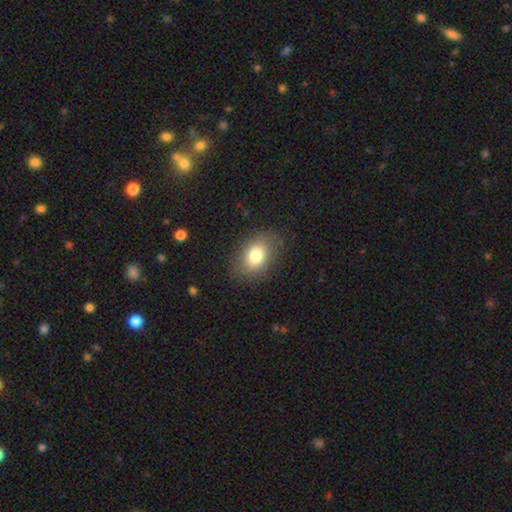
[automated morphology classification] Smooth or featured? smooth (79%)
How rounded? in between (73%)
Merging? none (82%)